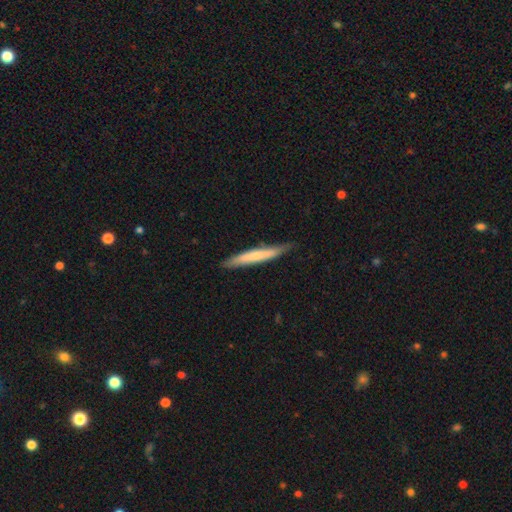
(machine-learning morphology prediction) smooth_or_featured: smooth (p=0.60) [alt: featured or disk p=0.34]
how_rounded: cigar-shaped (p=0.95) [alt: in between p=0.04]
merging: none (p=0.82) [alt: minor disturbance p=0.15]